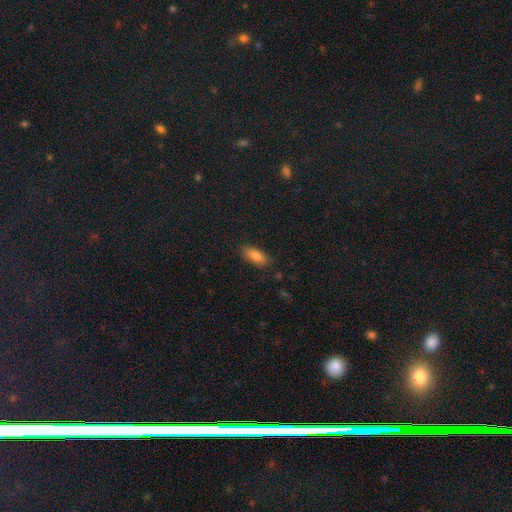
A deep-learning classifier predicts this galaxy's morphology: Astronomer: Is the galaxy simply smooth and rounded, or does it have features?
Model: smooth — 86%.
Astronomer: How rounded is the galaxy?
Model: in between — 81%.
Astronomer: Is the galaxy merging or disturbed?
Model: none — 84%.